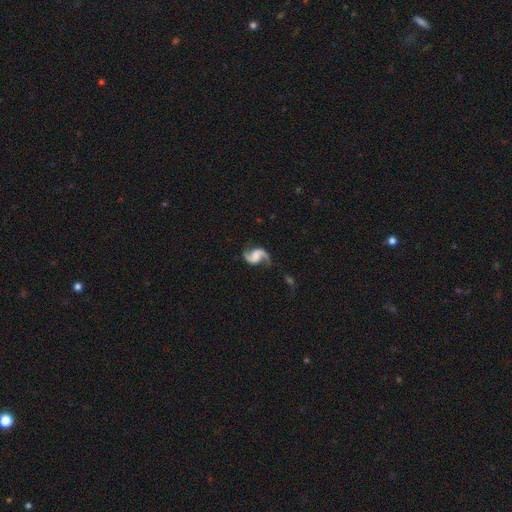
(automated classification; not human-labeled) smooth-or-featured: featured or disk: 90% | smooth: 6% | star or artifact: 5%
  disk-edge-on: no: 98% | yes: 2%
    bar: no: 47% | weak: 38% | strong: 15%
    has-spiral-arms: yes: 98% | no: 2%
      spiral-winding: loose: 61% | medium: 33% | tight: 6%
      spiral-arm-count: 2: 94% | 1: 2% | can't tell: 1% | 3: 1% | 4: 1% | more than 4: 1%
    bulge-size: none: 52% | large: 16% | moderate: 15% | small: 13% | dominant: 3%
  merging: none: 74% | minor disturbance: 15% | major disturbance: 8% | merger: 3%